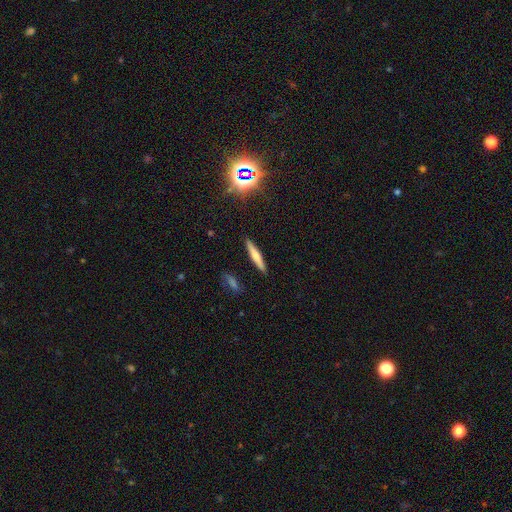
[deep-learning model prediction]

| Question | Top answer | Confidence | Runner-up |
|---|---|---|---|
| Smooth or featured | smooth | 56% | featured or disk (35%) |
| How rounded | cigar-shaped | 91% | in between (7%) |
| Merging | none | 89% | minor disturbance (7%) |